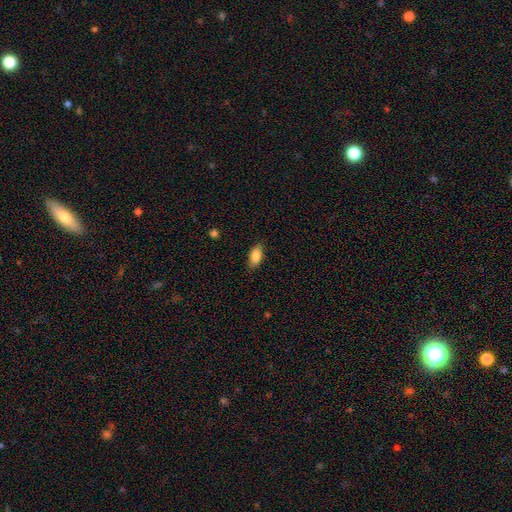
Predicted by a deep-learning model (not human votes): Morphology: type=smooth (86%); roundness=in between (88%); merging=none (85%).